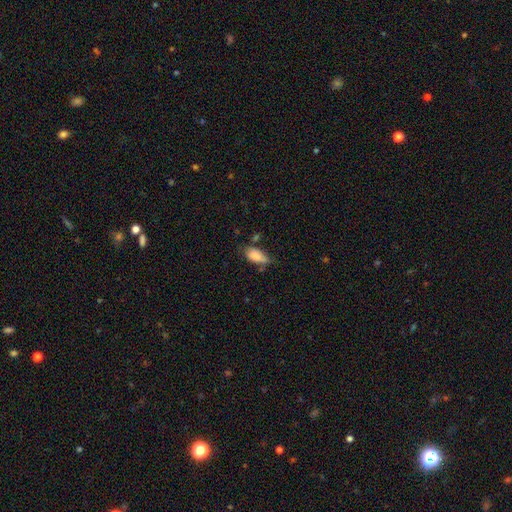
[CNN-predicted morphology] type=smooth (84%); roundness=in between (89%); merging=none (47%).